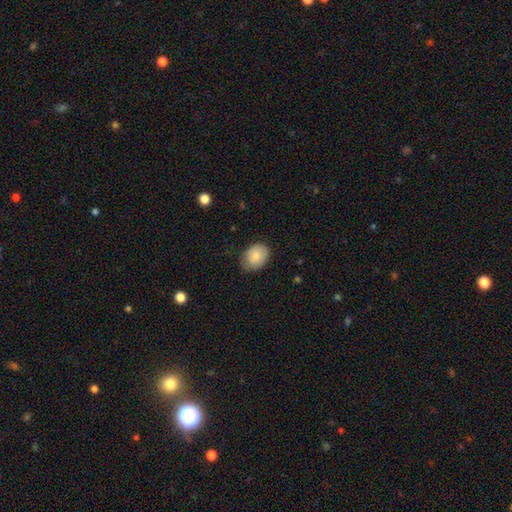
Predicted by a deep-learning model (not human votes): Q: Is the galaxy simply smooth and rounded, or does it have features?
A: smooth — 84%.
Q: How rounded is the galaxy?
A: in between — 69%.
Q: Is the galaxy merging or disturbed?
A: none — 73%.